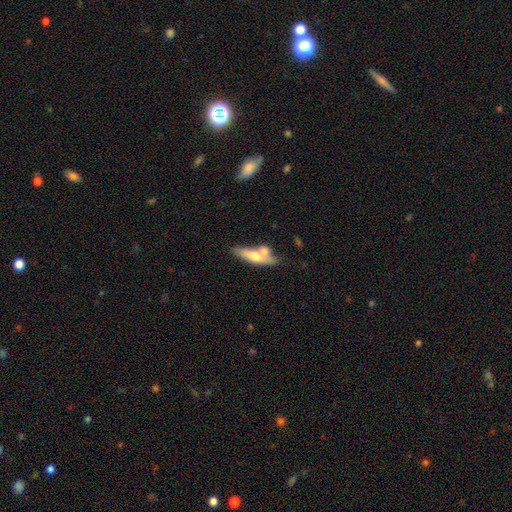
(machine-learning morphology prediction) smooth 57%, featured or disk 37%, star or artifact 6%. Down the decision tree: how rounded — cigar-shaped (56%); merging — none (43%).